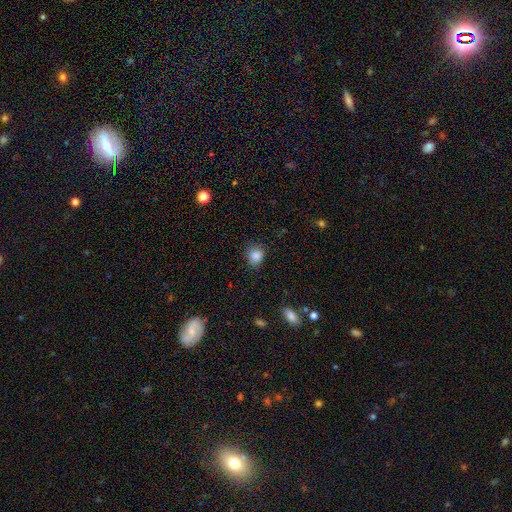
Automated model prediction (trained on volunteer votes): A smooth galaxy with no disk features (86%) that is round (68%).

Vote fractions:
- Smooth or featured? smooth: 86% / star or artifact: 10% / featured or disk: 4%
- How rounded? round: 68% / in between: 31% / cigar-shaped: 1%
- Merging? none: 75% / minor disturbance: 20% / major disturbance: 4% / merger: 1%